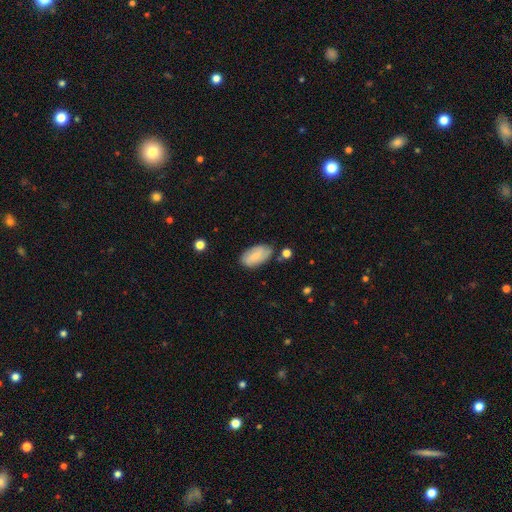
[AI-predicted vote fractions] smooth-or-featured: smooth: 68% | featured or disk: 25% | star or artifact: 7%
  how-rounded: in between: 93% | cigar-shaped: 4% | round: 3%
  merging: none: 72% | minor disturbance: 20% | major disturbance: 4% | merger: 4%